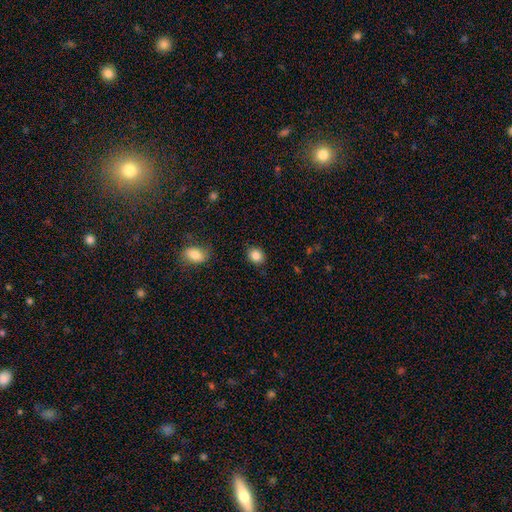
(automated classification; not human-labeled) Smooth or featured? Predicted: smooth (p=0.85). How rounded? Predicted: round (p=0.65). Merging? Predicted: none (p=0.88).